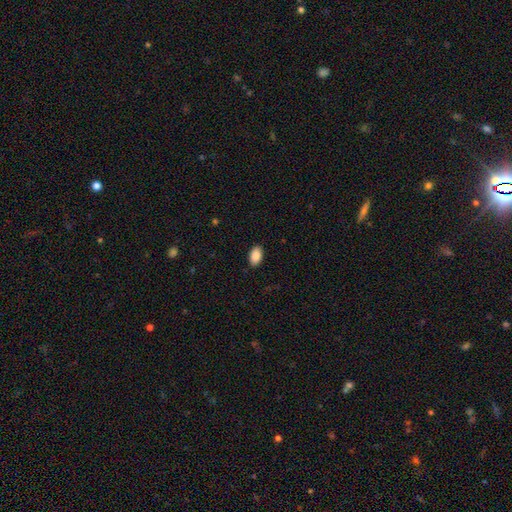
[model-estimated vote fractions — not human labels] Morphology: type=smooth (90%); roundness=in between (93%); merging=none (89%).